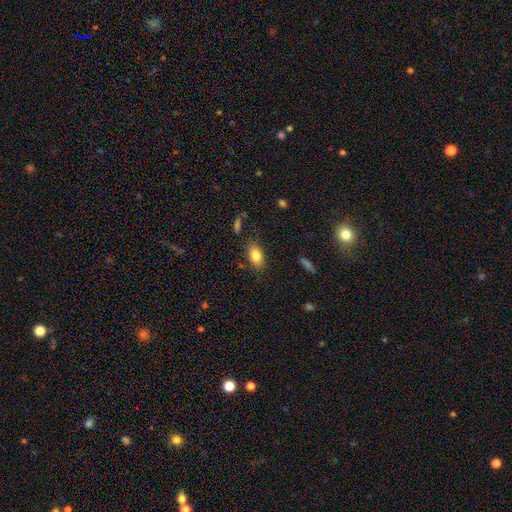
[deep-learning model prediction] This is clearly a smooth galaxy (82%). How rounded: clearly in between (87%). Merging: clearly none (81%).